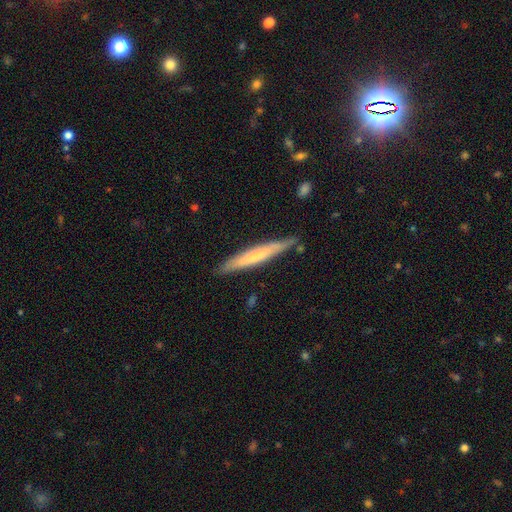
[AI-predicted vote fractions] Morphology: type=smooth (52%); roundness=cigar-shaped (95%); merging=none (84%).